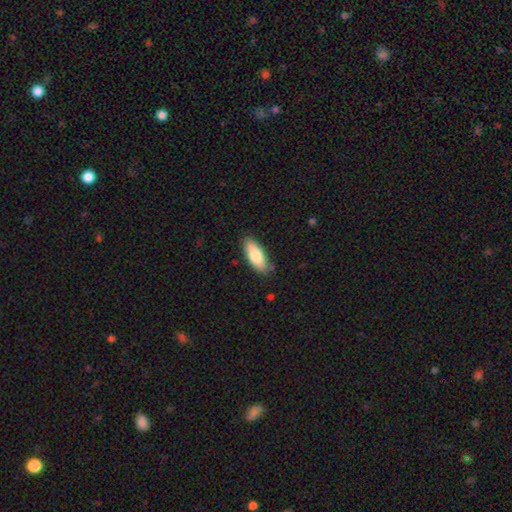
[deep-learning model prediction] Smooth or featured?
  - smooth: 79% *
  - featured or disk: 15%
  - star or artifact: 6%
How rounded?
  - in between: 77% *
  - cigar-shaped: 21%
  - round: 2%
Merging?
  - none: 82% *
  - minor disturbance: 15%
  - major disturbance: 2%
  - merger: 1%